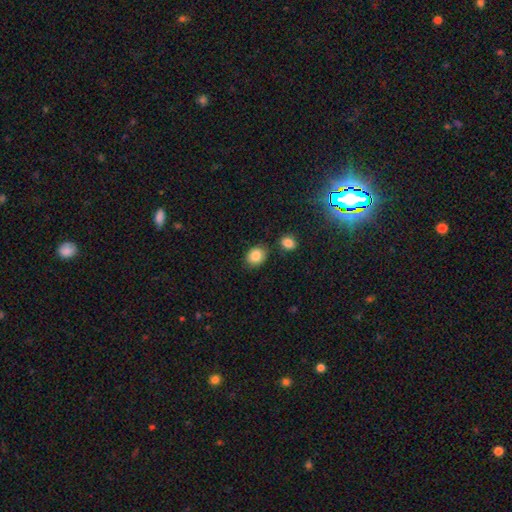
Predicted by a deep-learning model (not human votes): Smooth or featured? smooth (85%)
How rounded? round (52%)
Merging? none (80%)